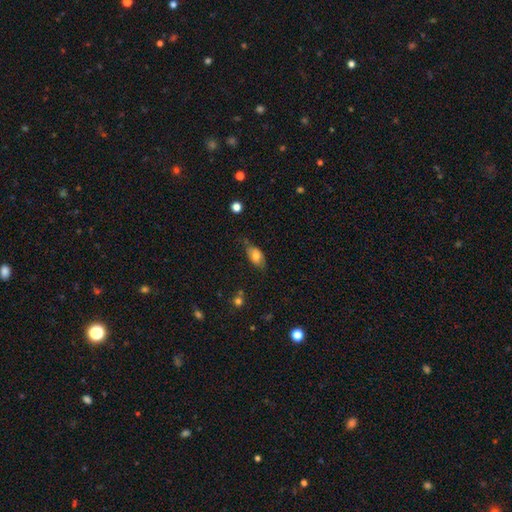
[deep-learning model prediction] Q: Smooth or featured?
A: smooth (72%); runner-up: featured or disk (20%)
Q: How rounded?
A: in between (87%); runner-up: round (7%)
Q: Merging?
A: none (54%); runner-up: minor disturbance (33%)